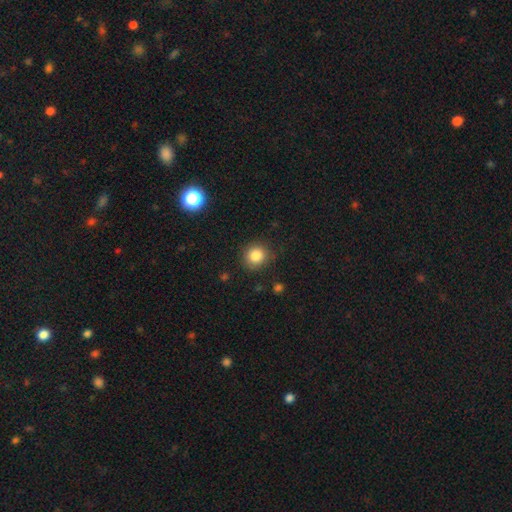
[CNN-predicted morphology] smooth-or-featured: smooth: 84% | star or artifact: 11% | featured or disk: 5%
  how-rounded: round: 88% | in between: 11% | cigar-shaped: 1%
  merging: none: 86% | minor disturbance: 10% | major disturbance: 3% | merger: 1%